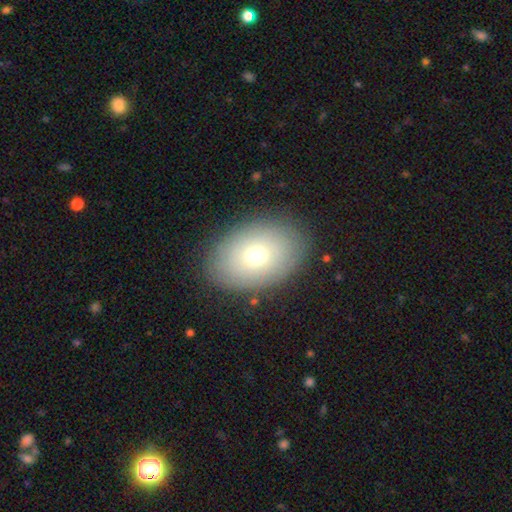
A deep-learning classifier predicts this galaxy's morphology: Smooth or featured: smooth — 68% (featured or disk — 23%)
How rounded: in between — 81% (round — 18%)
Merging: none — 85% (minor disturbance — 10%)